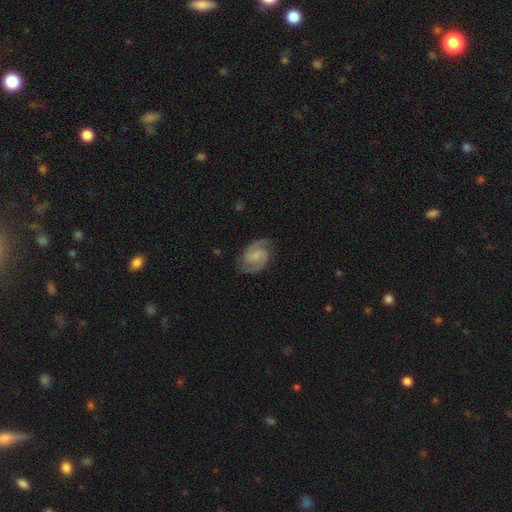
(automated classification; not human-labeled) The model was most divided on "bar": no: 47%, weak: 45%, strong: 8%. Remaining: edge-on disk — no (98%); spiral arms — yes (97%); spiral arm count — 2 (92%); smooth or featured — featured or disk (86%); merging — none (81%); spiral winding — medium (55%); bulge size — small (46%).